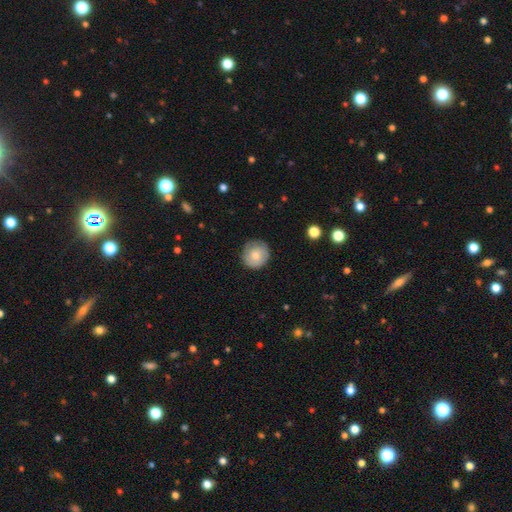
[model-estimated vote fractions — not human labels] Q: Smooth or featured?
A: smooth (71%); runner-up: featured or disk (22%)
Q: How rounded?
A: round (91%); runner-up: in between (8%)
Q: Merging?
A: none (81%); runner-up: minor disturbance (15%)